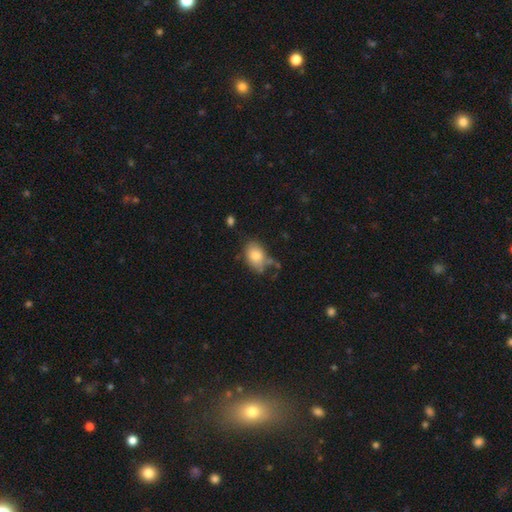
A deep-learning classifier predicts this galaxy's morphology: This appears to be a smooth galaxy with no disk features (80%) that is in between round and cigar-shaped (78%). Merging: none (58%).